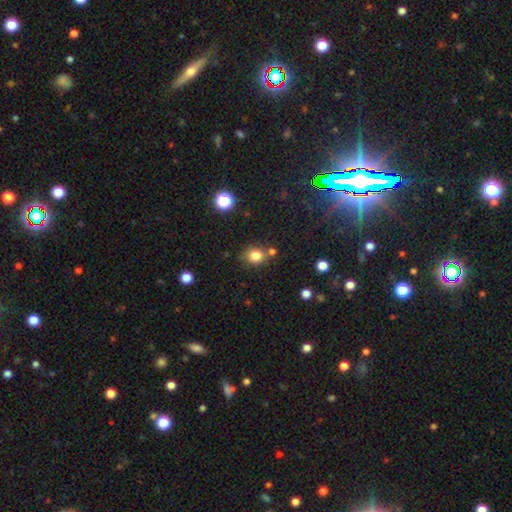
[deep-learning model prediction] Overall: smooth (81%). How rounded: round (69%; in between 30%). Merging: none (71%).